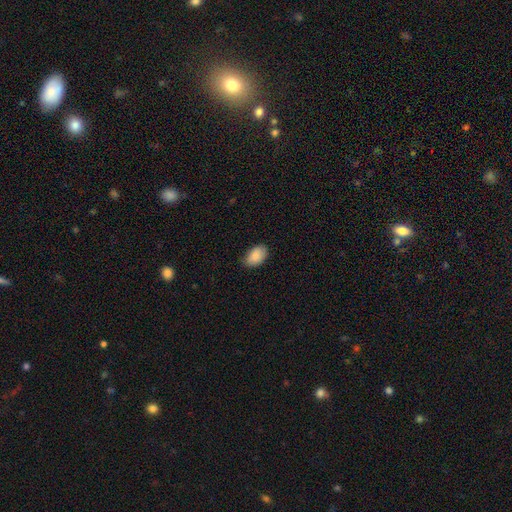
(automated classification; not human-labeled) Smooth or featured: smooth — 88% (star or artifact — 7%)
How rounded: in between — 91% (round — 7%)
Merging: none — 78% (minor disturbance — 18%)